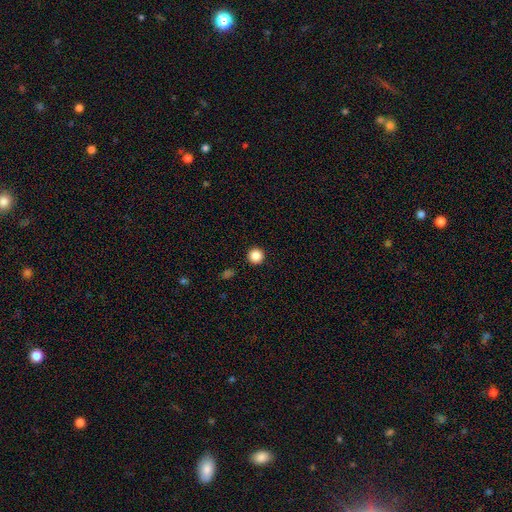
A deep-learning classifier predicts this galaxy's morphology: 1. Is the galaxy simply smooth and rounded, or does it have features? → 87% smooth, 10% star or artifact, 3% featured or disk.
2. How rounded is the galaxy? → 96% round, 3% in between, 1% cigar-shaped.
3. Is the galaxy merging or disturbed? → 93% none, 4% minor disturbance, 2% major disturbance, 1% merger.